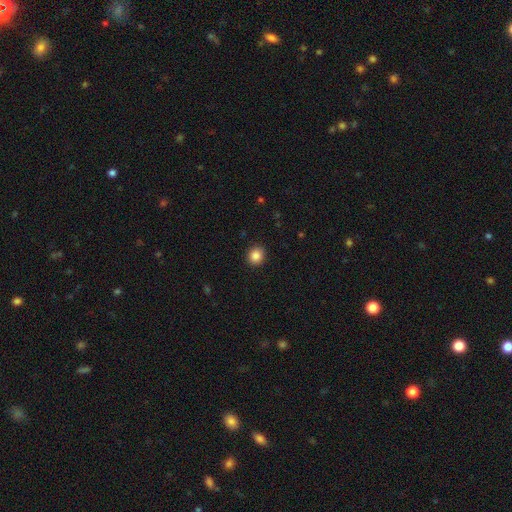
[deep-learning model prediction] This appears to be a smooth galaxy with no disk features (86%) that is round (80%). Merging: none (91%).